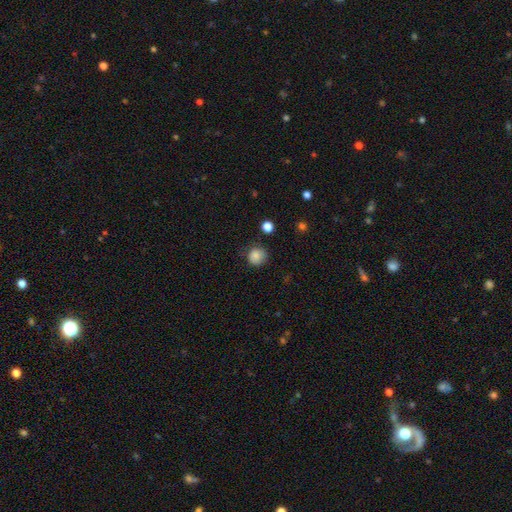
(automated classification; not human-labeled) Overall: smooth (84%). How rounded: round (90%). Merging: none (76%).